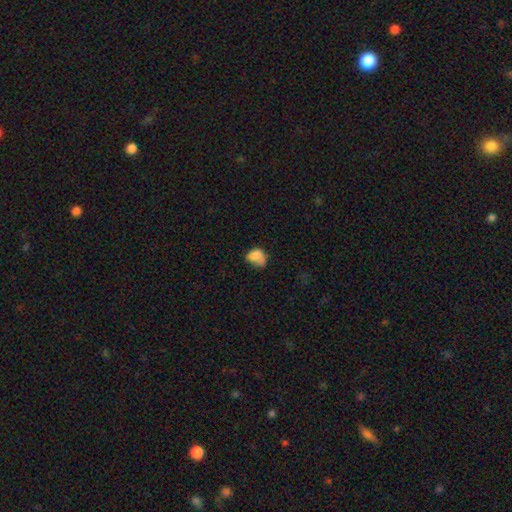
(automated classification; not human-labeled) smooth_or_featured: smooth (p=0.73) [alt: featured or disk p=0.16]
how_rounded: in between (p=0.69) [alt: round p=0.30]
merging: none (p=0.34) [alt: minor disturbance p=0.30]